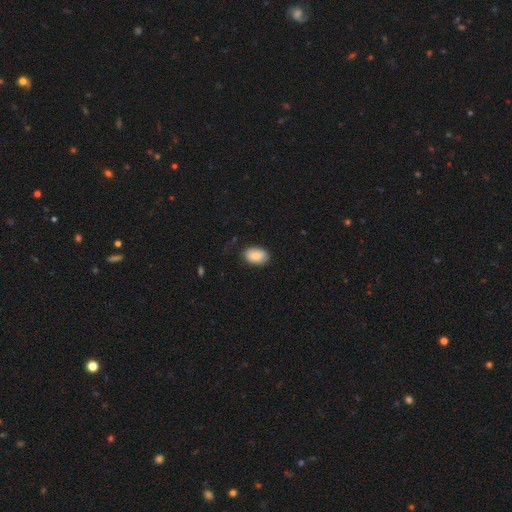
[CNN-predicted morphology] Smooth or featured? Predicted: smooth (p=0.81). How rounded? Predicted: in between (p=0.88). Merging? Predicted: none (p=0.79).